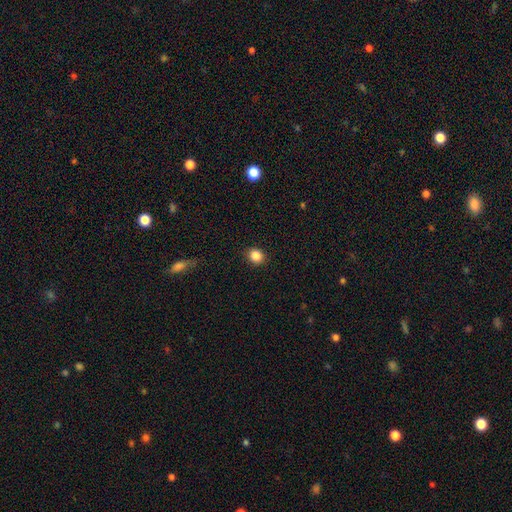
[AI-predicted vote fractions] Smooth or featured? smooth (86%)
How rounded? round (75%)
Merging? none (90%)